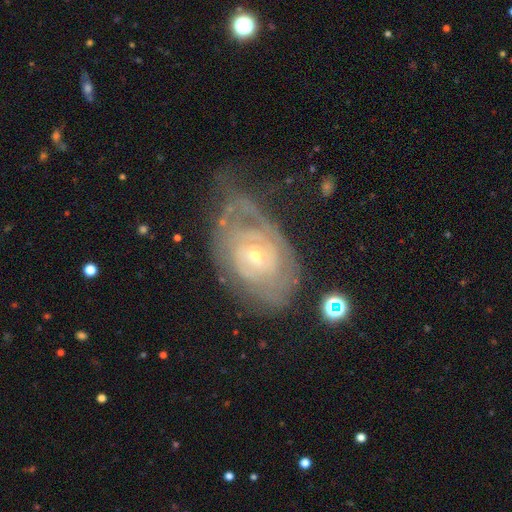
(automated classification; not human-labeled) Smooth or featured? featured or disk (78%)
Edge-on disk? no (95%)
Bar? no (70%)
Spiral arms? yes (77%)
Spiral winding? tight (70%)
Spiral arm count? can't tell (55%)
Bulge size? small (69%)
Merging? none (43%)